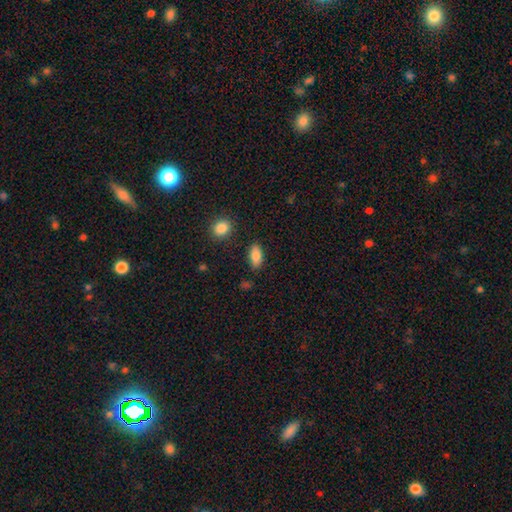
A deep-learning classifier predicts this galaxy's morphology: Overall: smooth (84%). How rounded: in between (89%). Merging: none (85%).